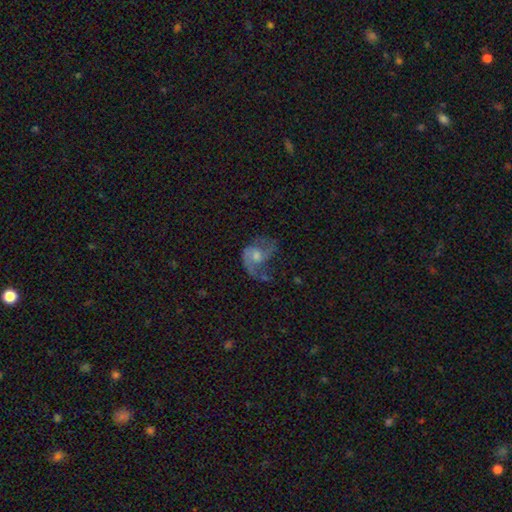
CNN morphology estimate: A featured or disk galaxy (76%) with no bar (61%), 2 (70%) loose (48%) spiral arms (90%) and a moderate central bulge (51%).

Vote fractions:
- Smooth or featured? featured or disk: 76% / smooth: 16% / star or artifact: 8%
- Edge-on disk? no: 98% / yes: 2%
- Bar? no: 61% / weak: 33% / strong: 6%
- Spiral arms? yes: 90% / no: 10%
- Spiral winding? loose: 48% / medium: 41% / tight: 11%
- Spiral arm count? 2: 70% / 1: 19% / can't tell: 7% / 3: 2% / 4: 1% / more than 4: 1%
- Bulge size? moderate: 51% / small: 33% / none: 7% / large: 7% / dominant: 1%
- Merging? none: 42% / major disturbance: 32% / minor disturbance: 21% / merger: 5%